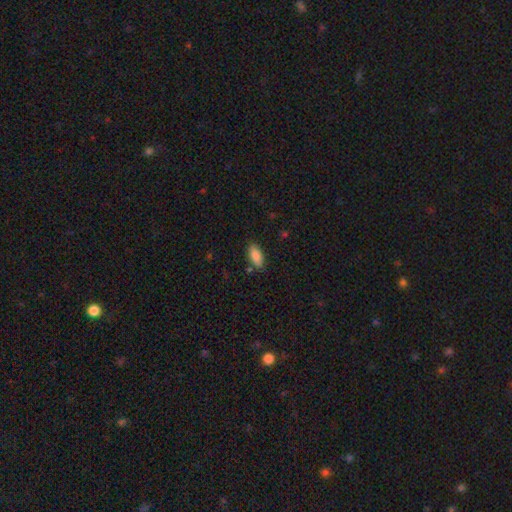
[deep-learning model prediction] Smooth or featured? Predicted: smooth (p=0.85). How rounded? Predicted: in between (p=0.89). Merging? Predicted: none (p=0.82).